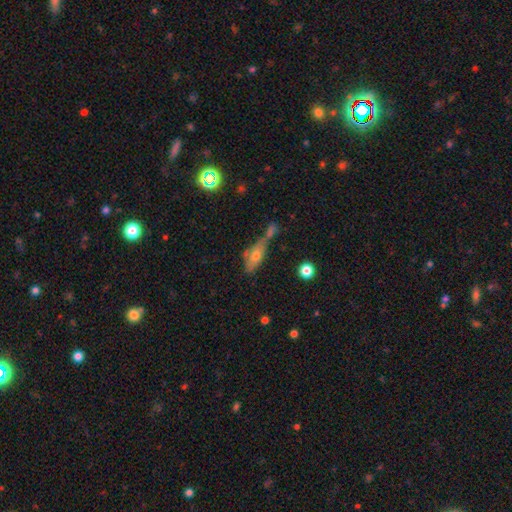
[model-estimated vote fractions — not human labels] smooth_or_featured: smooth (p=0.61) [alt: featured or disk p=0.29]
how_rounded: in between (p=0.66) [alt: cigar-shaped p=0.28]
merging: none (p=0.36) [alt: merger p=0.35]